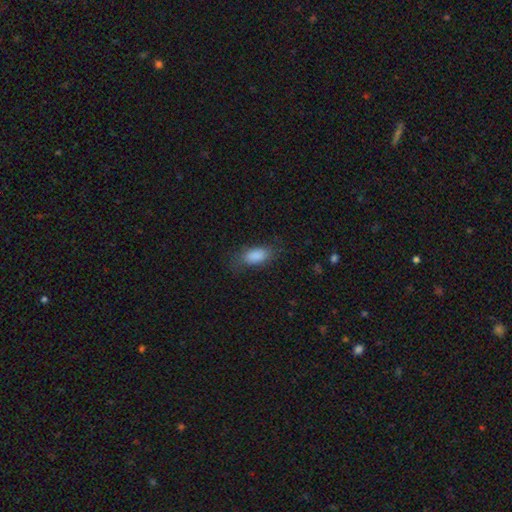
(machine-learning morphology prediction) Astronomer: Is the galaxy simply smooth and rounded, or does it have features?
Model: smooth — 87%.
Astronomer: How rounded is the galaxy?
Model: in between — 89%.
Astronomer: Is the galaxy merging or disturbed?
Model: none — 71%.